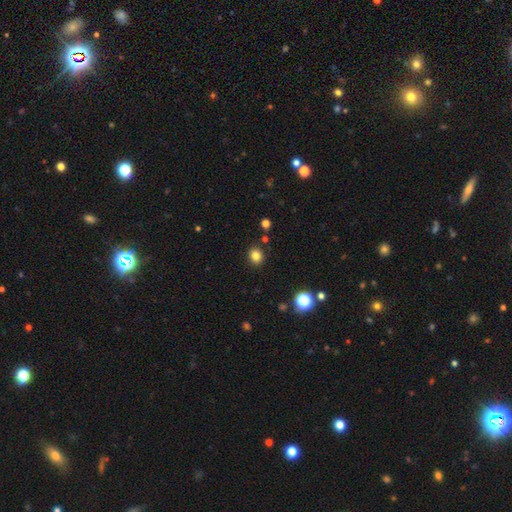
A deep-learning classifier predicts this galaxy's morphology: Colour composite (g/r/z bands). It shows a smooth galaxy with no disk features (82%) that is round (69%). Merging: none (88%).